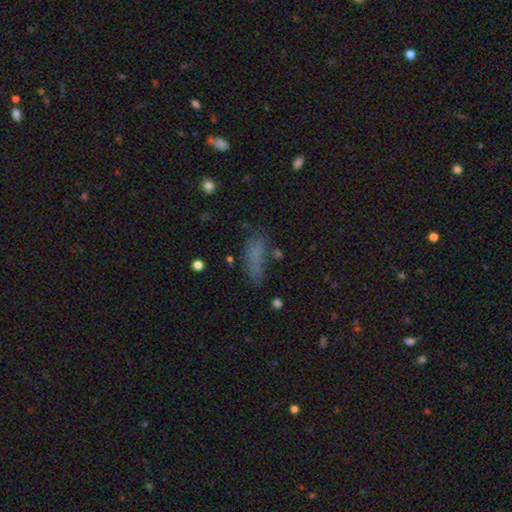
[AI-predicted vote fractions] Smooth or featured? Predicted: smooth (p=0.71). How rounded? Predicted: in between (p=0.49). Merging? Predicted: none (p=0.54).